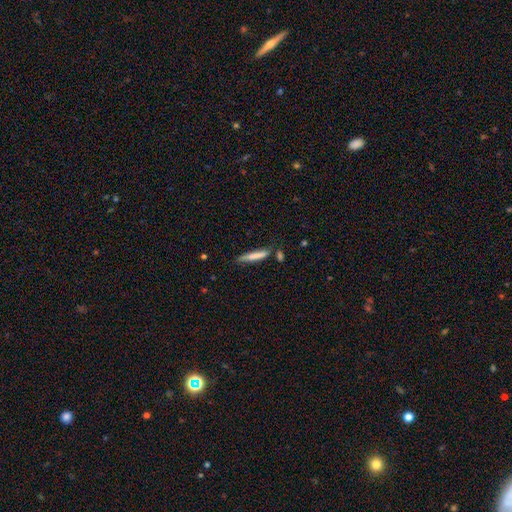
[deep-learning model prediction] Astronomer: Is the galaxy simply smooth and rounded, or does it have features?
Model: smooth — 75%.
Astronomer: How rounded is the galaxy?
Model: cigar-shaped — 93%.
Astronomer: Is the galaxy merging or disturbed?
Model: none — 71%.